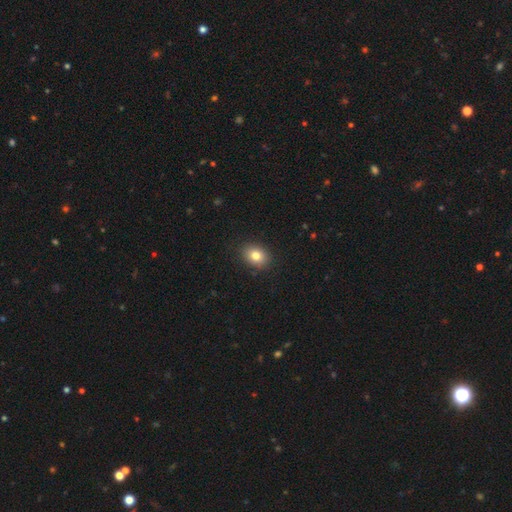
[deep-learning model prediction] Smooth or featured? smooth (80%)
How rounded? in between (58%)
Merging? none (89%)